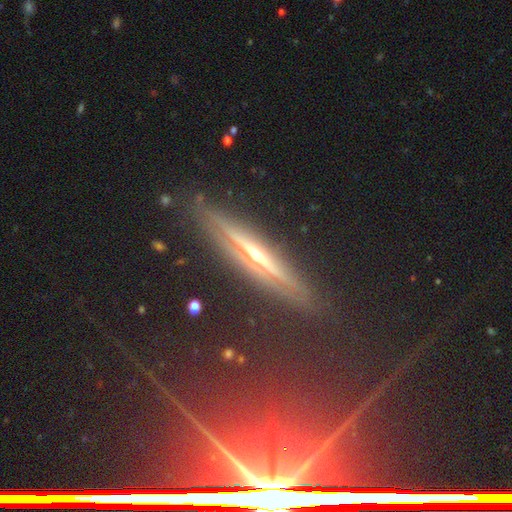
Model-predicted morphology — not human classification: Overall: featured or disk (72%). Edge-on disk: yes (92%). Edge-on bulge: rounded (85%). Merging: none (86%).